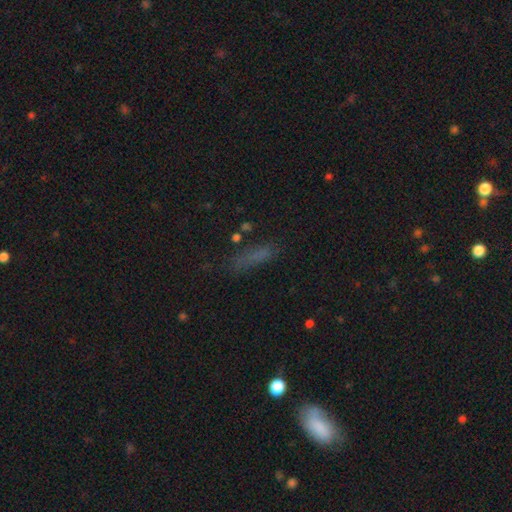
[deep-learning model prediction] Smooth or featured?
  - smooth: 63% *
  - star or artifact: 23%
  - featured or disk: 14%
How rounded?
  - cigar-shaped: 66% *
  - in between: 29%
  - round: 4%
Merging?
  - none: 66% *
  - minor disturbance: 19%
  - major disturbance: 10%
  - merger: 5%